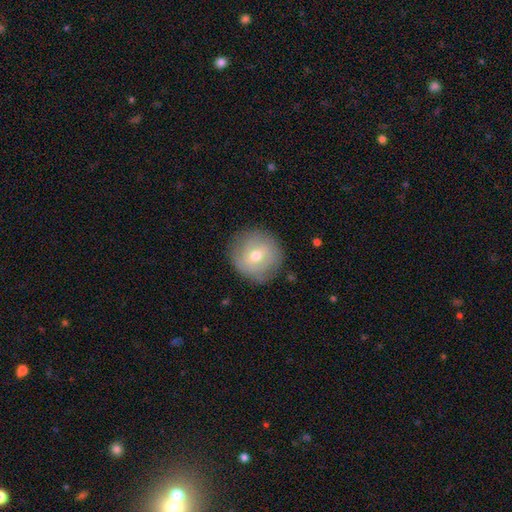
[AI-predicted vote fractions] Smooth or featured?
  - smooth: 56% *
  - featured or disk: 35%
  - star or artifact: 9%
How rounded?
  - round: 94% *
  - in between: 5%
  - cigar-shaped: 1%
Merging?
  - none: 83% *
  - minor disturbance: 12%
  - major disturbance: 4%
  - merger: 1%